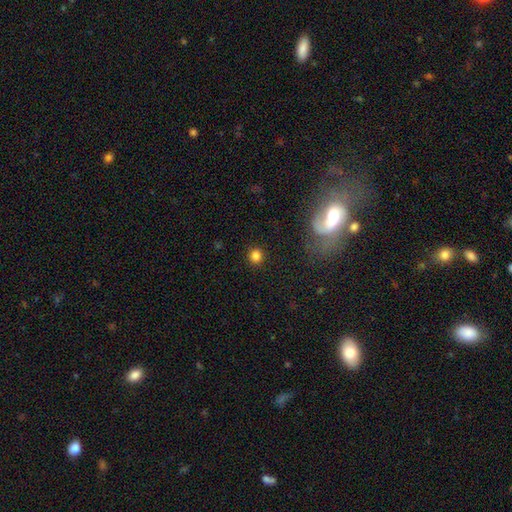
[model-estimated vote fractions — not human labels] smooth_or_featured: smooth (p=0.83) [alt: star or artifact p=0.12]
how_rounded: round (p=0.92) [alt: in between p=0.07]
merging: none (p=0.90) [alt: minor disturbance p=0.05]